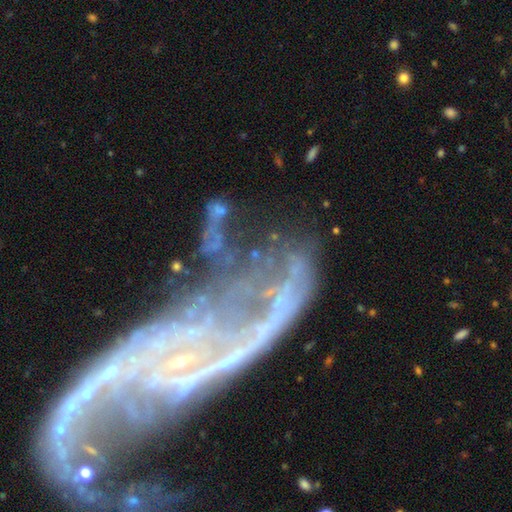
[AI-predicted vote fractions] Smooth or featured: featured or disk — 54% (star or artifact — 30%)
Edge-on disk: no — 88% (yes — 12%)
Merging: none — 38% (major disturbance — 30%)